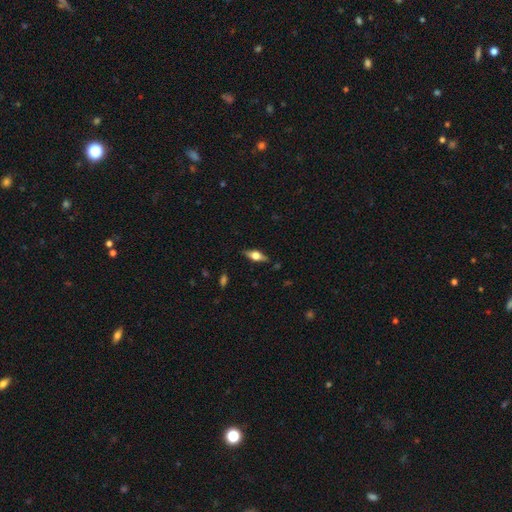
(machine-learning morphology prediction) Smooth or featured? Predicted: featured or disk (p=0.55). Edge-on disk? Predicted: yes (p=0.93). Edge-on bulge? Predicted: rounded (p=0.91). Merging? Predicted: none (p=0.84).